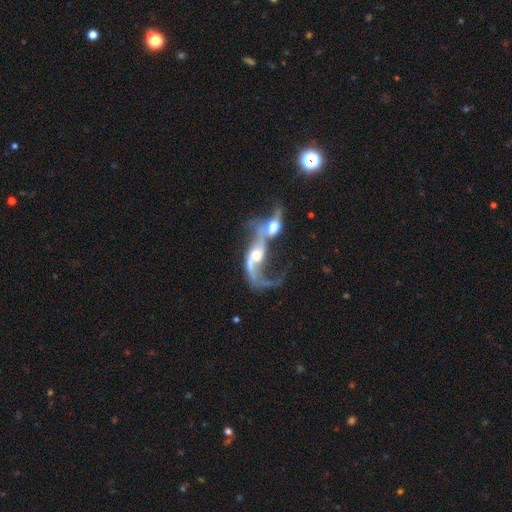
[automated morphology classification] The model was most divided on "bar": no: 54%, weak: 32%, strong: 14%. More confident: edge-on disk — no (92%); spiral arms — yes (85%); spiral winding — loose (84%); smooth or featured — featured or disk (80%); spiral arm count — 2 (66%); merging — merger (65%); bulge size — moderate (50%).